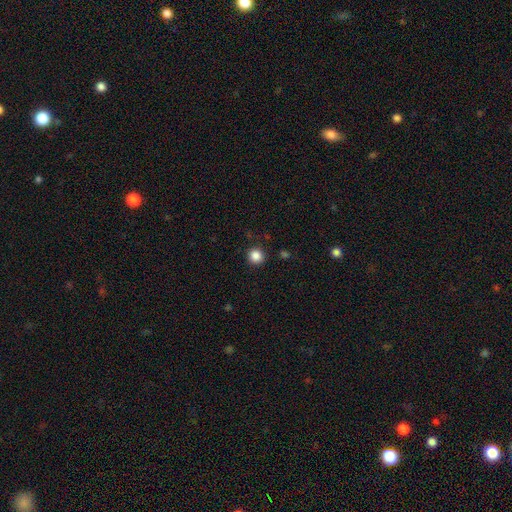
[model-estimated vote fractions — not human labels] Smooth or featured? smooth (86%)
How rounded? round (93%)
Merging? none (90%)